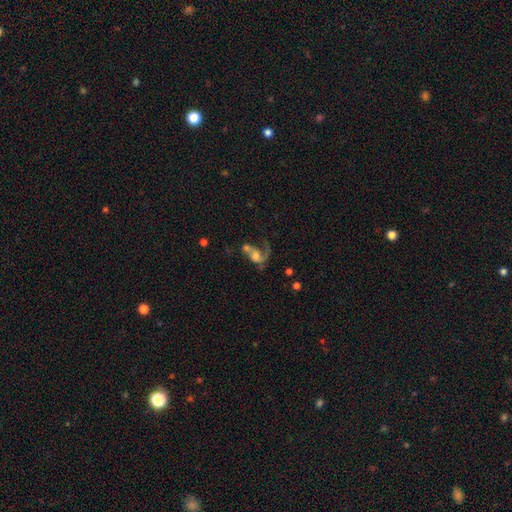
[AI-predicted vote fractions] Smooth or featured? Predicted: featured or disk (p=0.57). Edge-on disk? Predicted: no (p=0.96). Bar? Predicted: no (p=0.72). Spiral arms? Predicted: yes (p=0.74). Bulge size? Predicted: moderate (p=0.41). Merging? Predicted: merger (p=0.44).